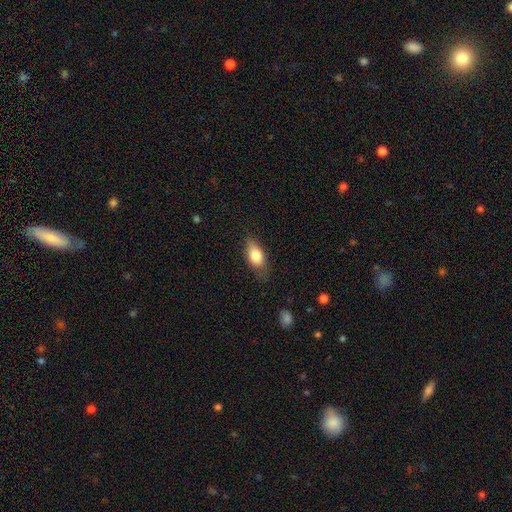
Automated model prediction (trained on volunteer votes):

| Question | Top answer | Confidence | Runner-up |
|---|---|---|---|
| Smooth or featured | smooth | 79% | featured or disk (13%) |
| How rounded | in between | 85% | round (8%) |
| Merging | none | 65% | minor disturbance (27%) |